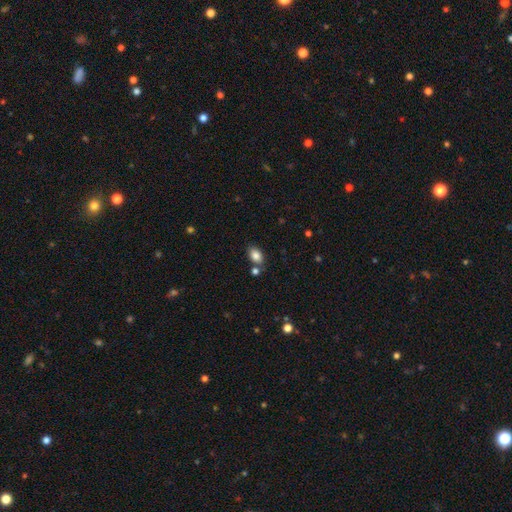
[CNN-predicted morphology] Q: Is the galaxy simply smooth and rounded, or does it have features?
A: smooth — 85%.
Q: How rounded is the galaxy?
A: in between — 85%.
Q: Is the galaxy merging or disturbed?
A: none — 74%.